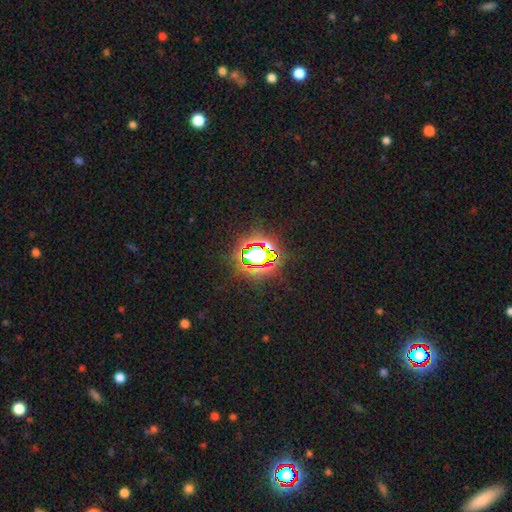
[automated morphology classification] star or artifact 75%, smooth 15%, featured or disk 10%.